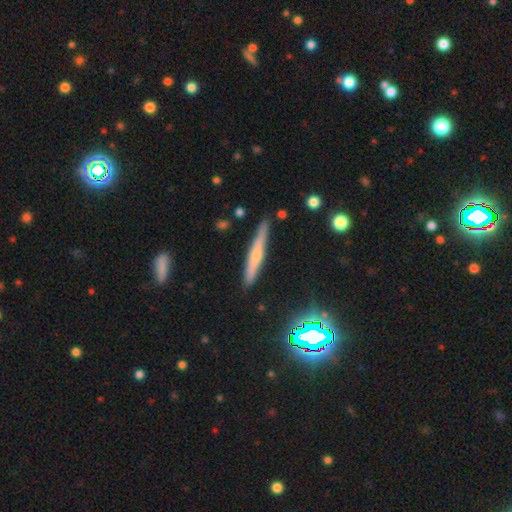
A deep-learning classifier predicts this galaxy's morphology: Overall: featured or disk (46%; smooth 44%). Merging: none (85%).